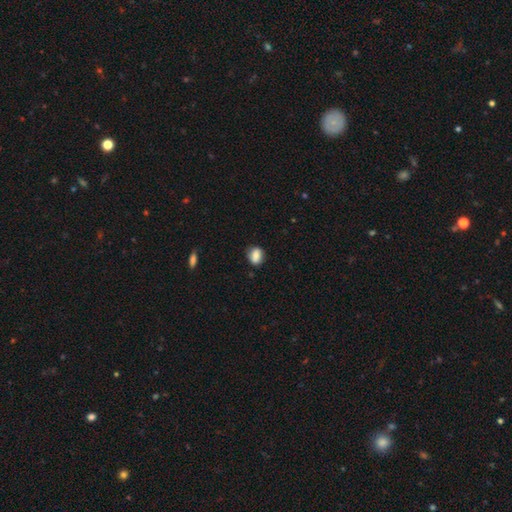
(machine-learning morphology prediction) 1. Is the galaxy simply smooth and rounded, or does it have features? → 82% smooth, 9% featured or disk, 9% star or artifact.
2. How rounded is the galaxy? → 54% in between, 44% round, 2% cigar-shaped.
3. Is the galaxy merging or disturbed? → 77% none, 17% minor disturbance, 4% major disturbance, 3% merger.